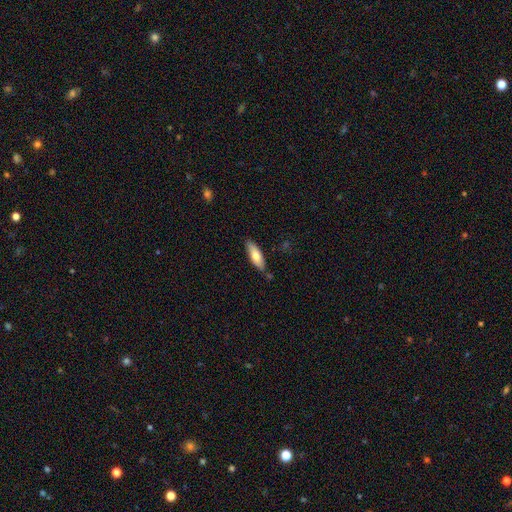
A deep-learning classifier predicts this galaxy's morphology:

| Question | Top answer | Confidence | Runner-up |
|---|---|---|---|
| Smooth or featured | smooth | 72% | featured or disk (22%) |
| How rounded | in between | 55% | cigar-shaped (43%) |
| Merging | none | 80% | minor disturbance (14%) |